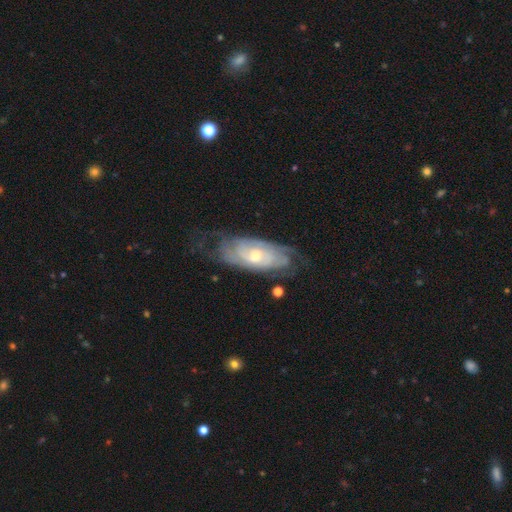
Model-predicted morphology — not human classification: This appears to be a featured or disk galaxy (77%) with no bar (65%), tight (63%) spiral arms (88%) and a moderate central bulge (61%). Merging: none (60%).